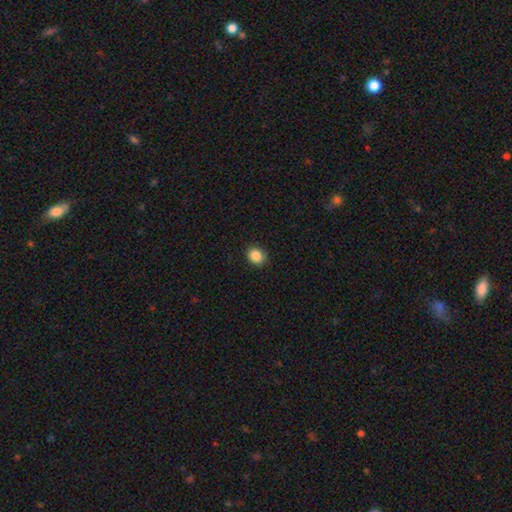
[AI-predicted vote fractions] A smooth galaxy with no disk features (87%) that is round (64%).

Vote fractions:
- Smooth or featured? smooth: 87% / star or artifact: 10% / featured or disk: 3%
- How rounded? round: 64% / in between: 35% / cigar-shaped: 1%
- Merging? none: 90% / minor disturbance: 7% / major disturbance: 2% / merger: 1%